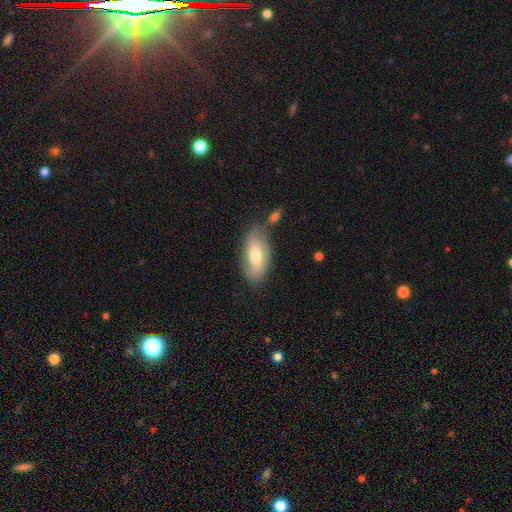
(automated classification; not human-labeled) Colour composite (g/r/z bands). It shows a smooth galaxy with no disk features (57%) that is in between round and cigar-shaped (91%). Merging: none (66%).